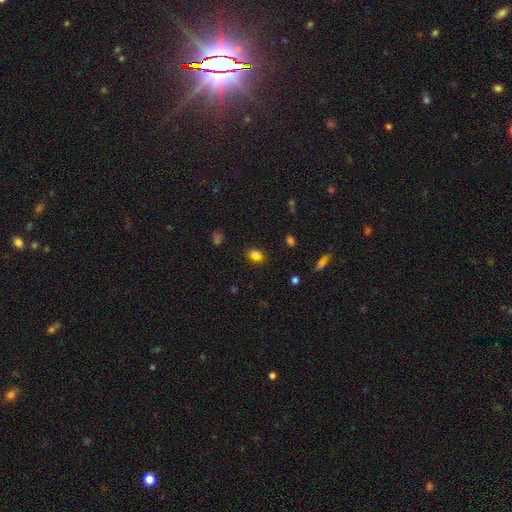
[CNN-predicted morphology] smooth 74%, star or artifact 17%, featured or disk 9%. Down the decision tree: how rounded — in between (53%); merging — none (80%).